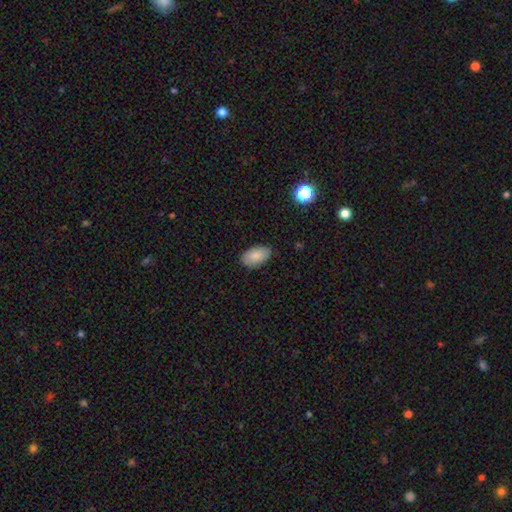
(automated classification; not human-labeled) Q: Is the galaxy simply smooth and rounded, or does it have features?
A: smooth — 87%.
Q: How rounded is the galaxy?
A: in between — 95%.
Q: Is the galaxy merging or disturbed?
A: none — 84%.